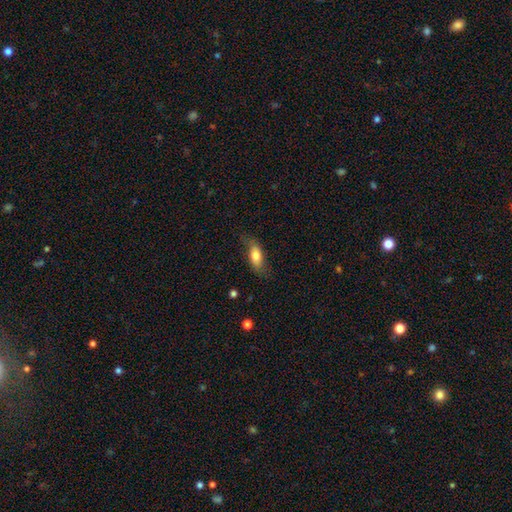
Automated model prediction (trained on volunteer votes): Overall: smooth (68%). How rounded: in between (77%). Merging: none (66%).